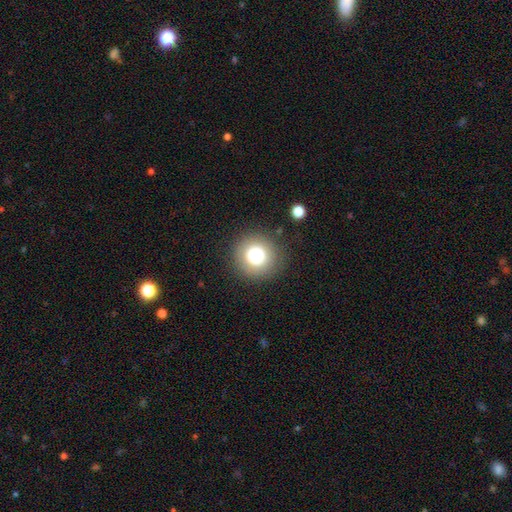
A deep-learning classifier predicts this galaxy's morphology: Smooth or featured? Predicted: smooth (p=0.77). How rounded? Predicted: round (p=0.95). Merging? Predicted: none (p=0.87).